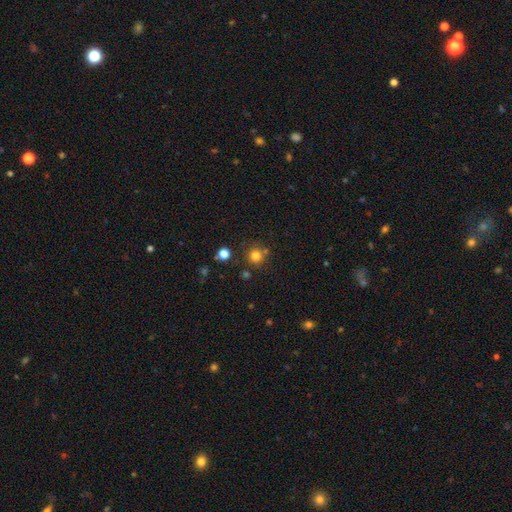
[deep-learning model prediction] smooth 79%, star or artifact 14%, featured or disk 6%. Down the decision tree: how rounded — round (93%); merging — none (77%).